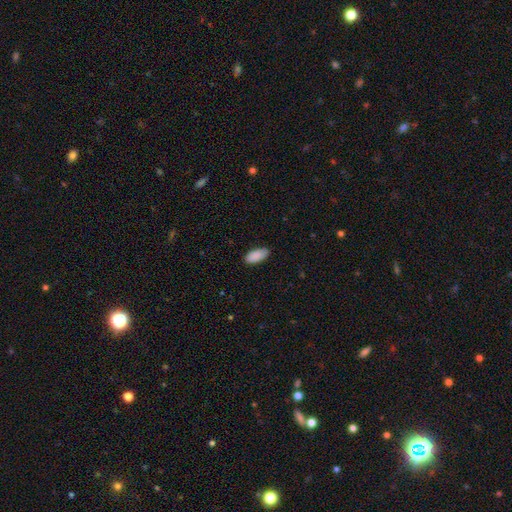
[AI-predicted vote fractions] This appears to be a smooth galaxy with no disk features (89%) that is in between round and cigar-shaped (90%). Merging: none (79%).